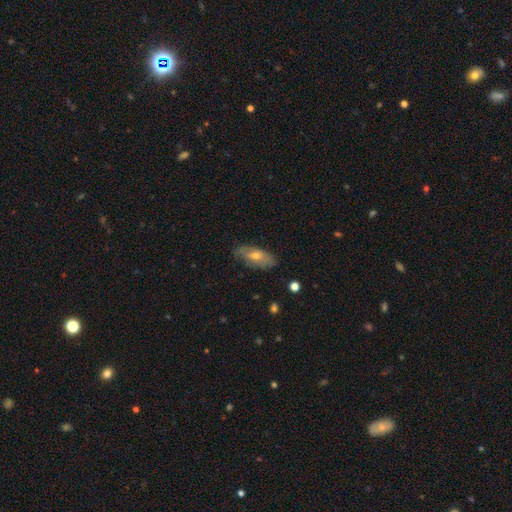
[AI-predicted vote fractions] A smooth galaxy with no disk features (50%).

Vote fractions:
- Smooth or featured? smooth: 50% / featured or disk: 43% / star or artifact: 7%
- Merging? none: 72% / minor disturbance: 22% / major disturbance: 5% / merger: 1%